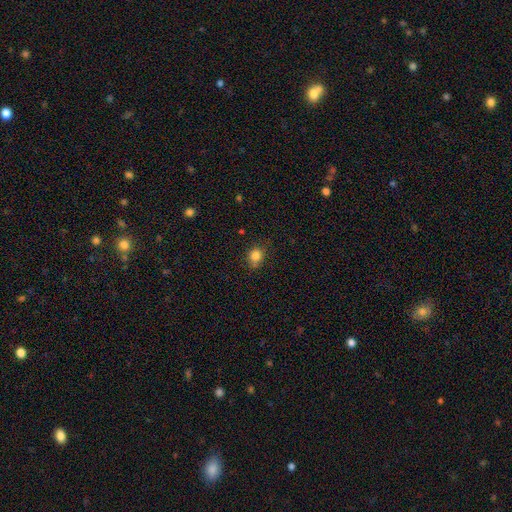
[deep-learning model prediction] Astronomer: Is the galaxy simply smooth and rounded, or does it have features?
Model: smooth — 83%.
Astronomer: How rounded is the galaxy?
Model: round — 74%.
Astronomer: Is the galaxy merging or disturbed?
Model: none — 74%.